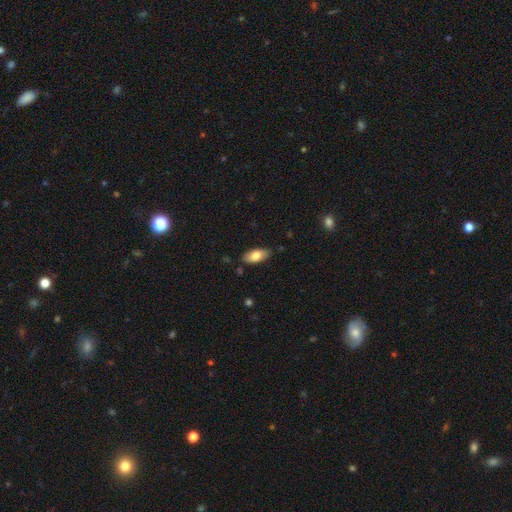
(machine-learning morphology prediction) Smooth or featured: smooth — 79% (featured or disk — 15%)
How rounded: in between — 88% (cigar-shaped — 10%)
Merging: none — 83% (minor disturbance — 13%)